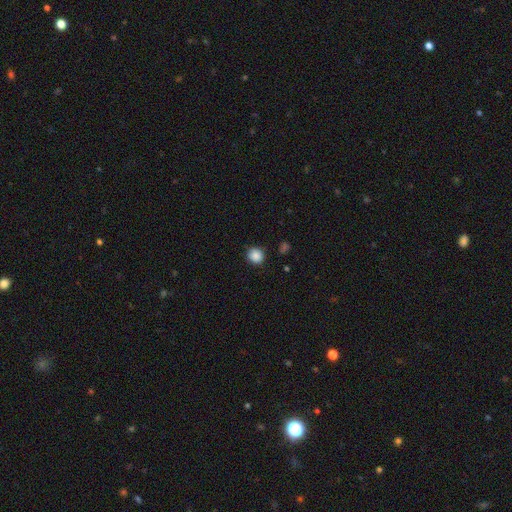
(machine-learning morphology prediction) Smooth or featured: smooth — 87% (star or artifact — 10%)
How rounded: round — 90% (in between — 9%)
Merging: none — 89% (minor disturbance — 7%)